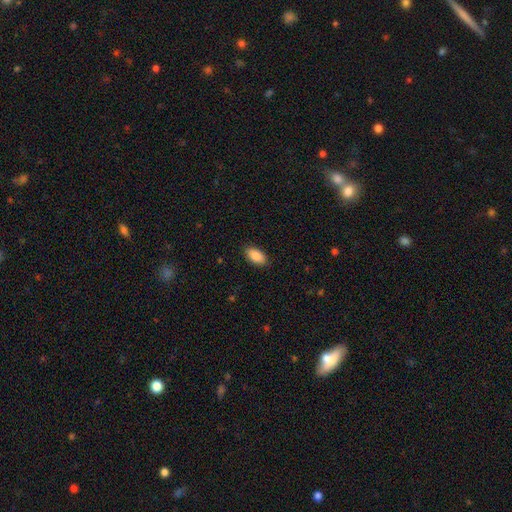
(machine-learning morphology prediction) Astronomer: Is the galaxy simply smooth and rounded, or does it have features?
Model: smooth — 89%.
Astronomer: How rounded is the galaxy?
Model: in between — 94%.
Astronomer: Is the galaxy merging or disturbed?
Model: none — 88%.